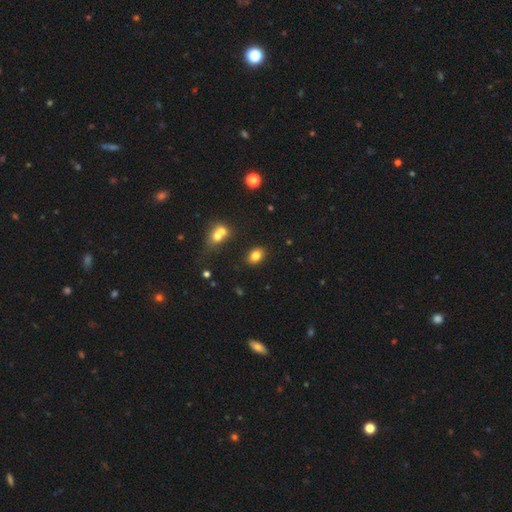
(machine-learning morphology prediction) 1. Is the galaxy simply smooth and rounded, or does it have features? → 81% smooth, 11% star or artifact, 8% featured or disk.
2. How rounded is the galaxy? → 75% in between, 23% round, 1% cigar-shaped.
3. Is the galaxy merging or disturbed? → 81% none, 10% minor disturbance, 6% merger, 3% major disturbance.